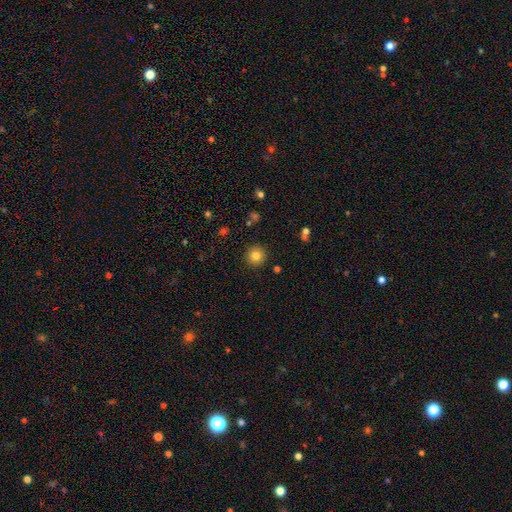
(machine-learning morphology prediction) smooth_or_featured: smooth (p=0.83) [alt: star or artifact p=0.11]
how_rounded: round (p=0.95) [alt: in between p=0.04]
merging: none (p=0.92) [alt: minor disturbance p=0.05]